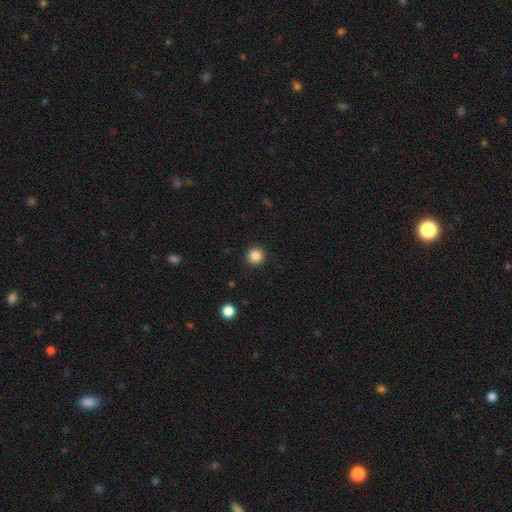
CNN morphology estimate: A smooth galaxy with no disk features (85%) that is round (96%).

Vote fractions:
- Smooth or featured? smooth: 85% / star or artifact: 11% / featured or disk: 4%
- How rounded? round: 96% / in between: 3% / cigar-shaped: 1%
- Merging? none: 92% / minor disturbance: 5% / major disturbance: 2% / merger: 1%